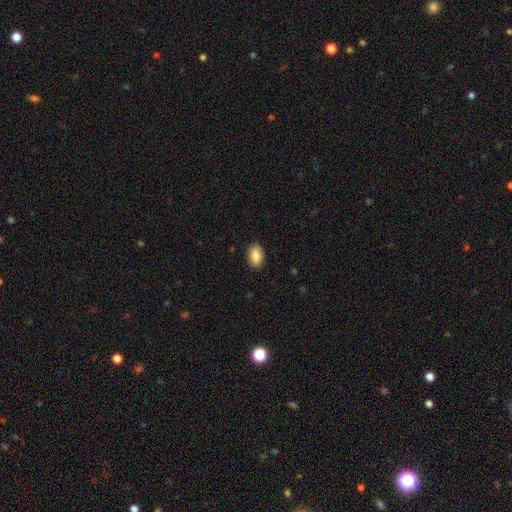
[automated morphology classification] smooth-or-featured: smooth: 88% | star or artifact: 7% | featured or disk: 5%
  how-rounded: in between: 91% | round: 7% | cigar-shaped: 2%
  merging: none: 87% | minor disturbance: 10% | major disturbance: 2% | merger: 1%